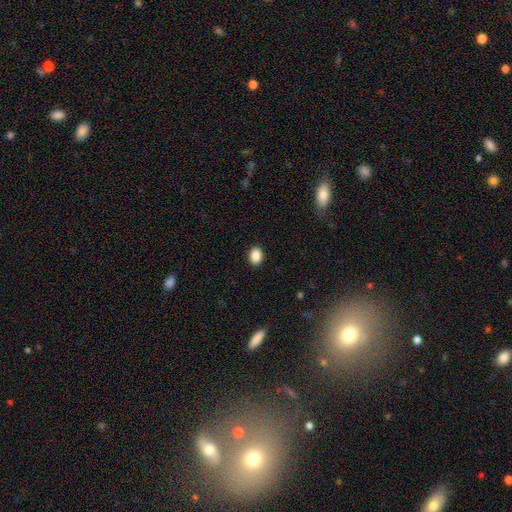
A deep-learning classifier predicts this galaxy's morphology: Smooth or featured? Predicted: smooth (p=0.89). How rounded? Predicted: in between (p=0.75). Merging? Predicted: none (p=0.90).